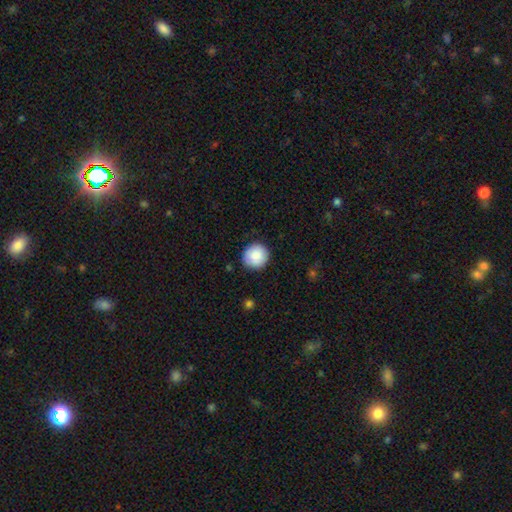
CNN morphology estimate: smooth-or-featured: smooth: 88% | star or artifact: 7% | featured or disk: 5%
  how-rounded: round: 95% | in between: 4% | cigar-shaped: 1%
  merging: none: 89% | minor disturbance: 8% | major disturbance: 2% | merger: 1%